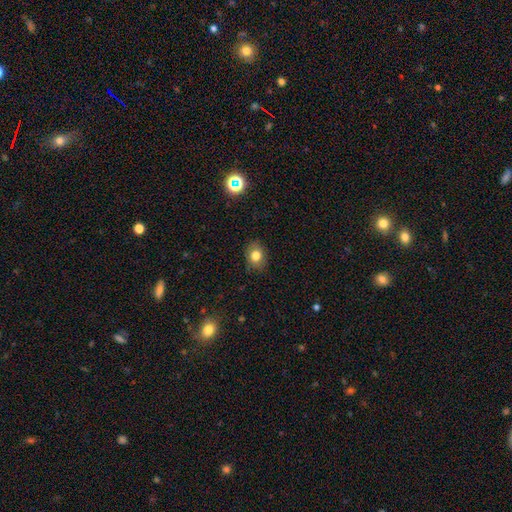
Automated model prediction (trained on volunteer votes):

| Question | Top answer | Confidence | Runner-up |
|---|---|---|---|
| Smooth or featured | smooth | 78% | star or artifact (12%) |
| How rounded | in between | 52% | round (47%) |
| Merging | none | 85% | minor disturbance (11%) |